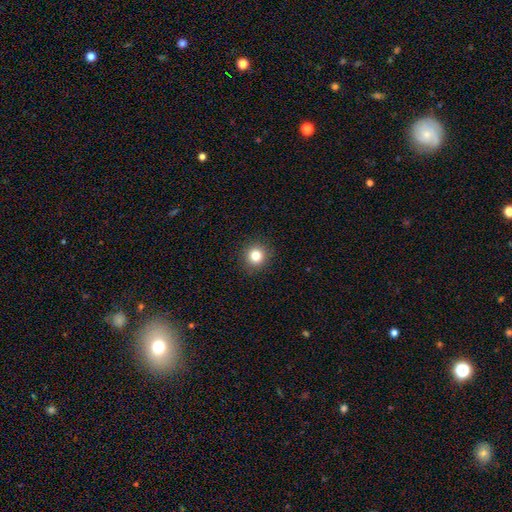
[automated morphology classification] A smooth galaxy with no disk features (82%) that is round (93%). Merging: none (92%).